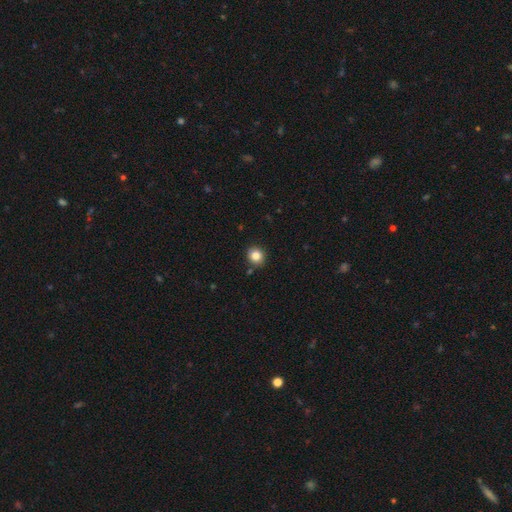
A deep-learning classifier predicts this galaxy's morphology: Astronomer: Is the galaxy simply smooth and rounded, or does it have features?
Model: smooth — 84%.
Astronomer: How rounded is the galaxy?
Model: round — 85%.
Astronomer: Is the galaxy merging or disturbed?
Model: none — 88%.